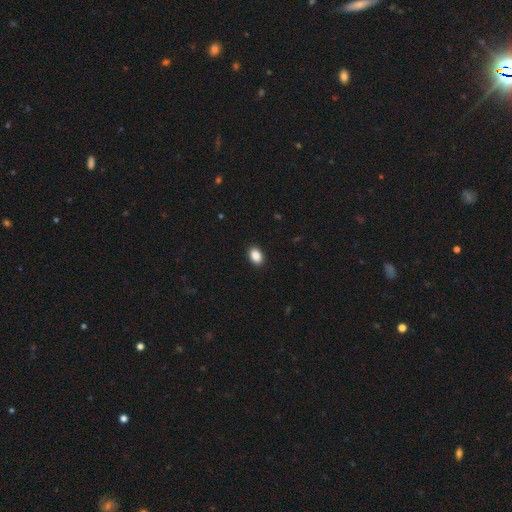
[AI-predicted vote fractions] smooth-or-featured: smooth: 89% | star or artifact: 8% | featured or disk: 3%
  how-rounded: in between: 81% | round: 18% | cigar-shaped: 1%
  merging: none: 91% | minor disturbance: 7% | major disturbance: 2% | merger: 1%